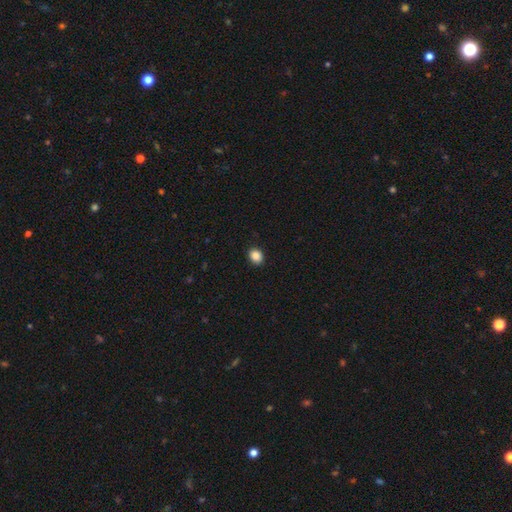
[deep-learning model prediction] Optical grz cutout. It shows a smooth galaxy with no disk features (87%) that is round (53%). Merging: none (91%).